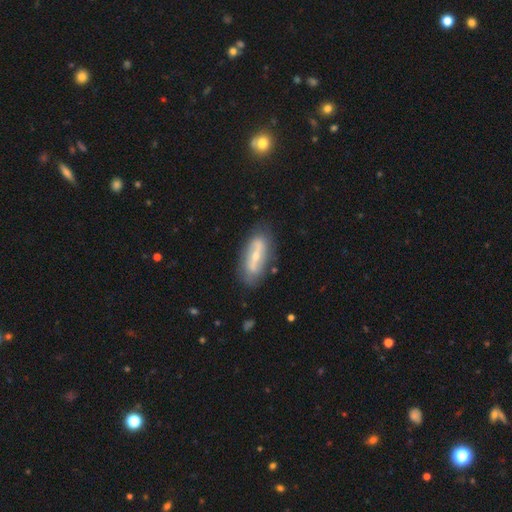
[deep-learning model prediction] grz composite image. It shows a featured or disk galaxy (70%) with a strong bar (48%), spiral arms (75%) and a small central bulge (59%). Merging: none (79%).